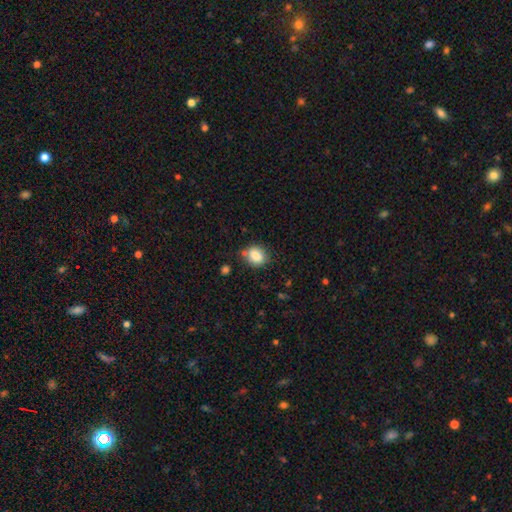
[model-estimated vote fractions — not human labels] Overall: smooth (85%). How rounded: round (59%; in between 40%). Merging: none (73%).